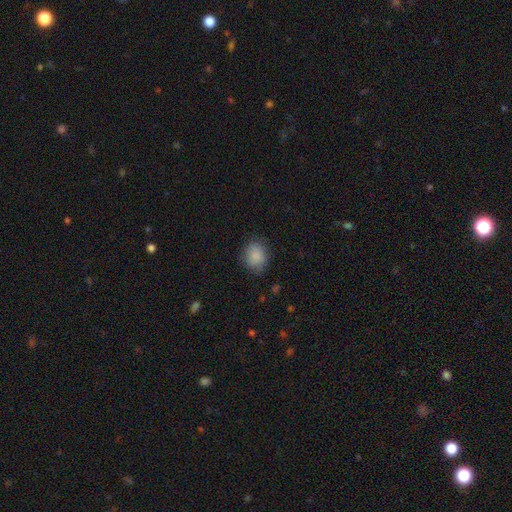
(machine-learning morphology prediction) This appears to be a smooth galaxy with no disk features (86%) that is round (61%). Merging: none (77%).